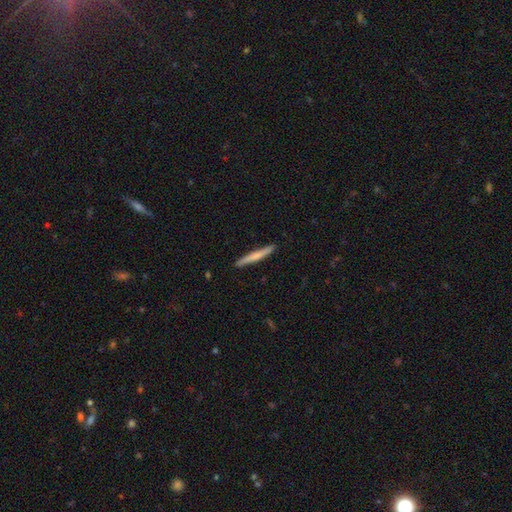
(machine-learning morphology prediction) A smooth galaxy with no disk features (60%) that is cigar-shaped (96%).

Vote fractions:
- Smooth or featured? smooth: 60% / featured or disk: 34% / star or artifact: 5%
- How rounded? cigar-shaped: 96% / in between: 3% / round: 1%
- Merging? none: 89% / minor disturbance: 8% / major disturbance: 1% / merger: 1%